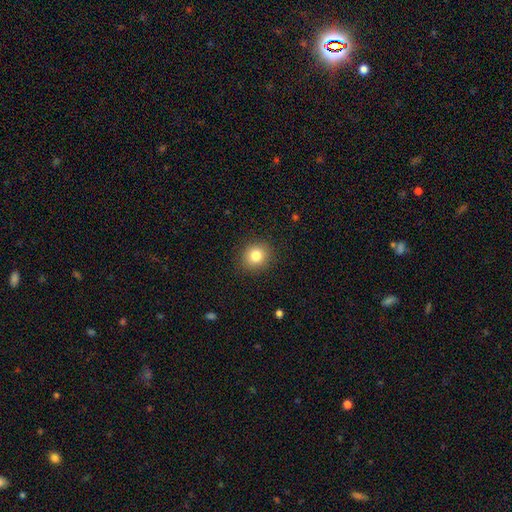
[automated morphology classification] Overall: smooth (82%). How rounded: round (82%). Merging: none (90%).